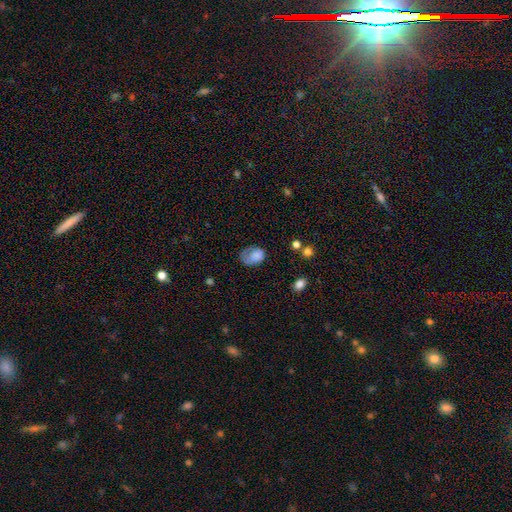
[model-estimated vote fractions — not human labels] A smooth galaxy with no disk features (77%) that is in between round and cigar-shaped (76%).

Vote fractions:
- Smooth or featured? smooth: 77% / featured or disk: 14% / star or artifact: 9%
- How rounded? in between: 76% / round: 23% / cigar-shaped: 1%
- Merging? none: 39% / minor disturbance: 32% / major disturbance: 26% / merger: 3%